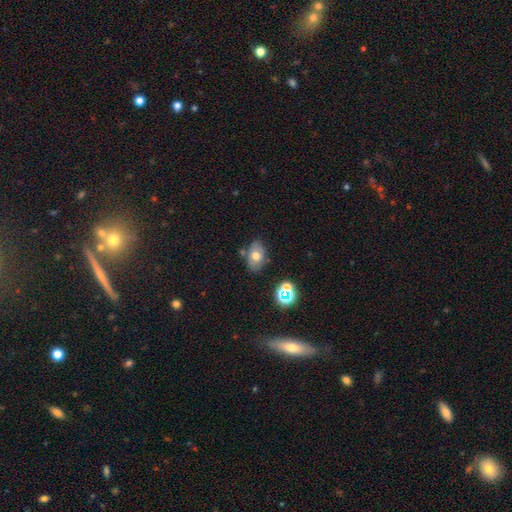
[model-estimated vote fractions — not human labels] smooth 66%, featured or disk 21%, star or artifact 13%. Down the decision tree: how rounded — in between (81%); merging — none (73%).